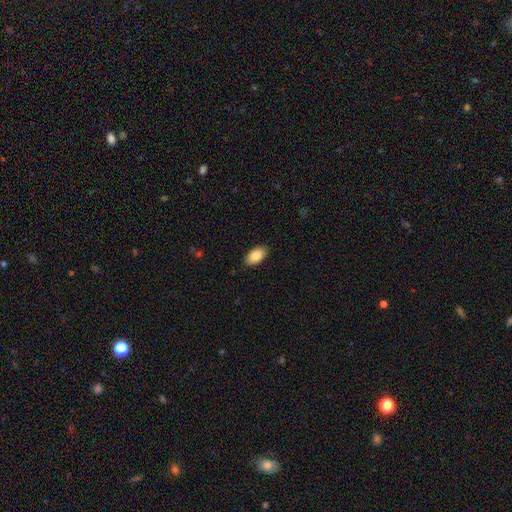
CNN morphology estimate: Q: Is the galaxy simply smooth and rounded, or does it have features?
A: smooth — 85%.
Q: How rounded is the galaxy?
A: in between — 95%.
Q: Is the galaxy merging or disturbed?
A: none — 88%.